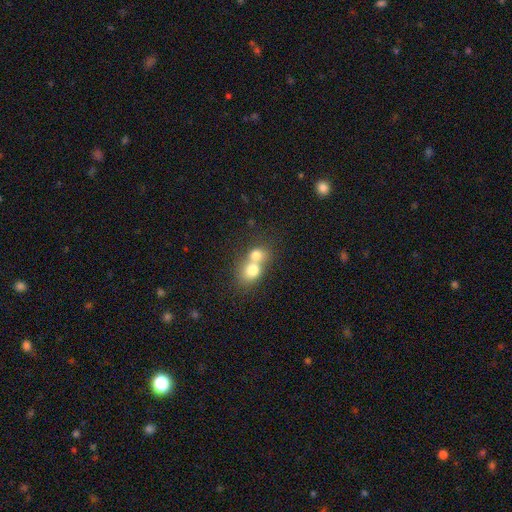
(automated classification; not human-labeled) smooth-or-featured: smooth: 73% | featured or disk: 18% | star or artifact: 10%
  how-rounded: round: 59% | in between: 39% | cigar-shaped: 1%
  merging: merger: 74% | none: 19% | minor disturbance: 4% | major disturbance: 2%